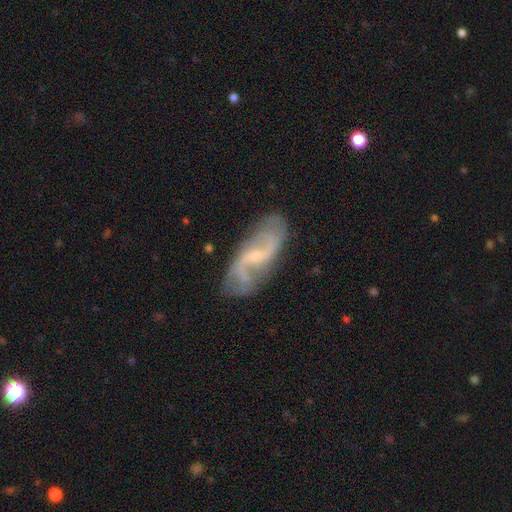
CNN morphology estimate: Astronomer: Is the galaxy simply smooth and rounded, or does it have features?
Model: featured or disk — 84%.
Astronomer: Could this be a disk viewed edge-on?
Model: no — 94%.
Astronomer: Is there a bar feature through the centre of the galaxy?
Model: weak — 52% (runner-up: no, 29%).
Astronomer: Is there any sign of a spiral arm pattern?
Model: yes — 94%.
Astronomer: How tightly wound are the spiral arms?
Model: loose — 58%.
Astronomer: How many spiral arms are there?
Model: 2 — 84%.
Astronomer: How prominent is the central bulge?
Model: small — 73%.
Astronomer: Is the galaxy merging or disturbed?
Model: none — 76%.